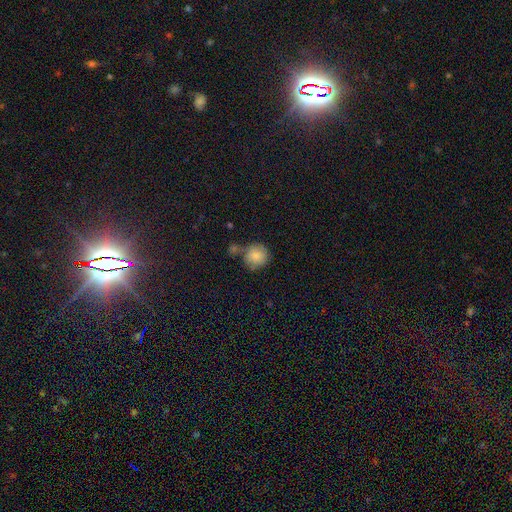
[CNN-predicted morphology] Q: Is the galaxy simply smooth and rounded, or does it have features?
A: smooth — 85%.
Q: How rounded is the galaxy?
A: round — 91%.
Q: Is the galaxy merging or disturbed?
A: none — 59%.